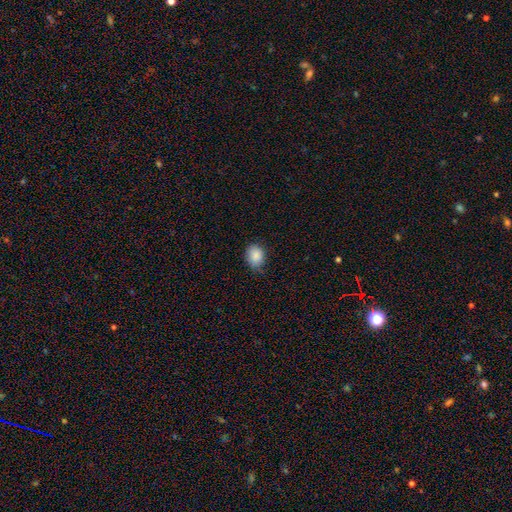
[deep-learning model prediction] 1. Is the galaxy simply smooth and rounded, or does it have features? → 87% smooth, 8% star or artifact, 4% featured or disk.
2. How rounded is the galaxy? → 58% in between, 41% round, 1% cigar-shaped.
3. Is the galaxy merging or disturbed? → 70% none, 25% minor disturbance, 4% major disturbance, 1% merger.